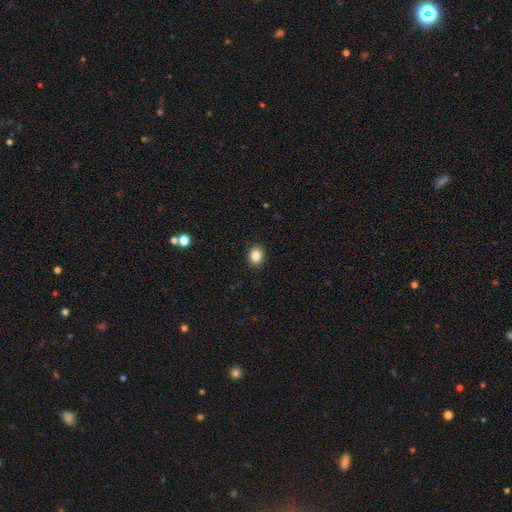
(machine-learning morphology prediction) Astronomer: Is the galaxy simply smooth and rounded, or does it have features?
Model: smooth — 85%.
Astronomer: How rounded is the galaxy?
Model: round — 56% (runner-up: in between, 44%).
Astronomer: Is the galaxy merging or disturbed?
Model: none — 90%.